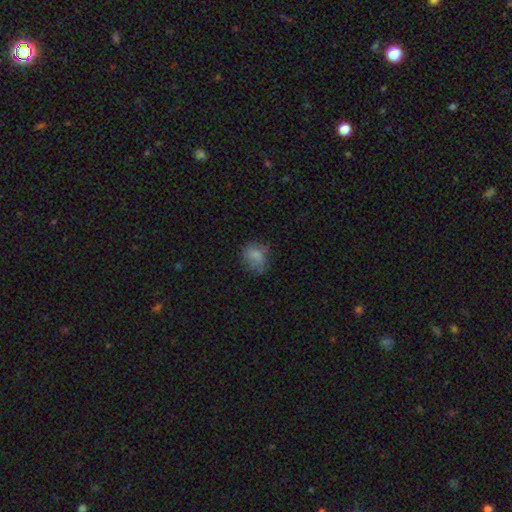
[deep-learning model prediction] Q: Smooth or featured?
A: smooth (76%); runner-up: featured or disk (12%)
Q: How rounded?
A: in between (52%); runner-up: round (47%)
Q: Merging?
A: none (61%); runner-up: minor disturbance (26%)